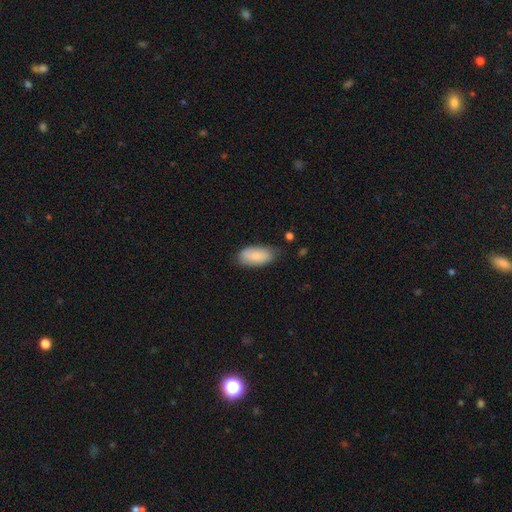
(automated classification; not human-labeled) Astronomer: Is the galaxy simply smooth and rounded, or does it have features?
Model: smooth — 83%.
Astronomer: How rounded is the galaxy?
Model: in between — 93%.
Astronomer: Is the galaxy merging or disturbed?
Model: none — 71%.